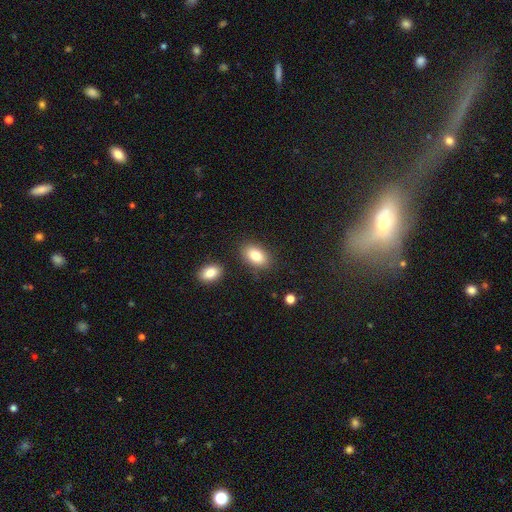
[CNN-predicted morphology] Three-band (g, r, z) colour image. It shows a smooth galaxy with no disk features (83%) that is in between round and cigar-shaped (91%). Merging: none (83%).